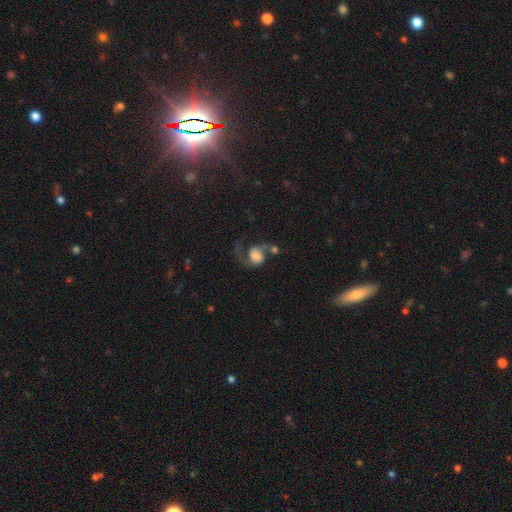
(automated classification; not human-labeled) Smooth or featured?
  - featured or disk: 66% *
  - smooth: 25%
  - star or artifact: 8%
Edge-on disk?
  - no: 98% *
  - yes: 2%
Bar?
  - no: 67% *
  - weak: 26%
  - strong: 6%
Spiral arms?
  - yes: 91% *
  - no: 9%
Spiral winding?
  - loose: 53% *
  - medium: 36%
  - tight: 11%
Spiral arm count?
  - 2: 52% *
  - 1: 43%
  - can't tell: 3%
  - 3: 1%
  - 4: 1%
  - more than 4: 1%
Bulge size?
  - large: 32% * (tied)
  - moderate: 32% * (tied)
  - small: 18%
  - none: 9%
  - dominant: 9%
Merging?
  - none: 33% *
  - major disturbance: 31%
  - merger: 21%
  - minor disturbance: 15%